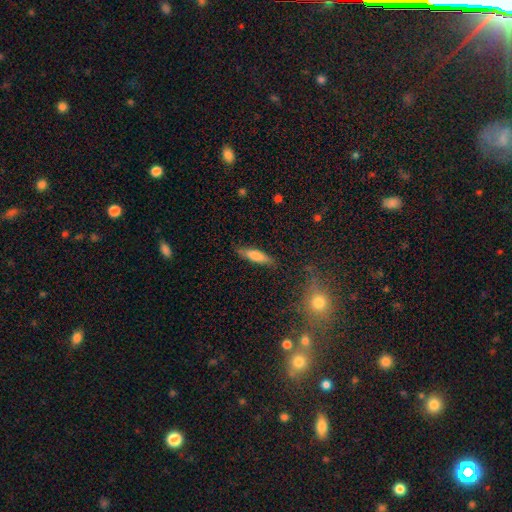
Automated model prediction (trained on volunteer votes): smooth_or_featured: smooth (p=0.78) [alt: featured or disk p=0.15]
how_rounded: cigar-shaped (p=0.66) [alt: in between p=0.33]
merging: none (p=0.82) [alt: minor disturbance p=0.13]